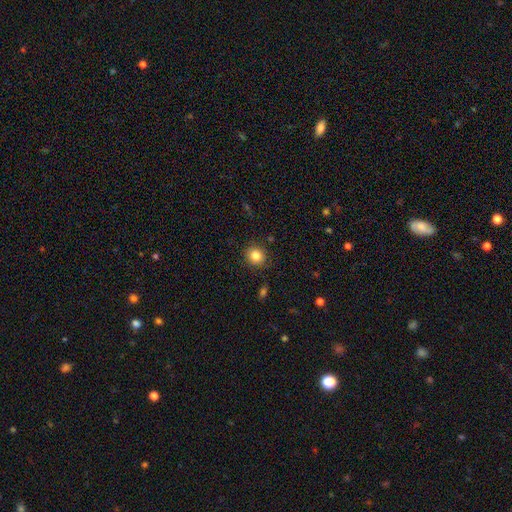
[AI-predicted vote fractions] This is clearly a smooth galaxy (83%). How rounded: clearly round (88%). Merging: clearly none (89%).